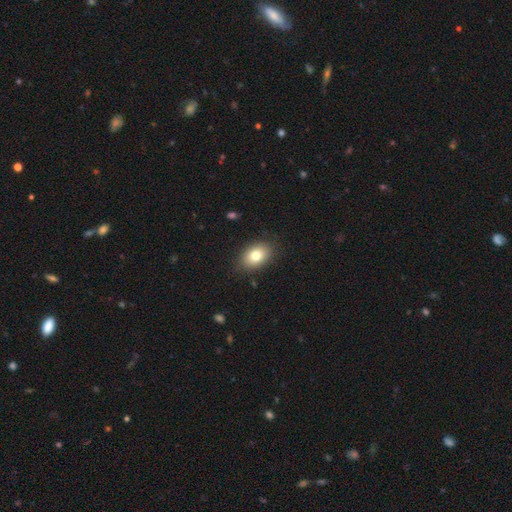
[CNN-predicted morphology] Smooth or featured: smooth — 80% (featured or disk — 12%)
How rounded: in between — 85% (round — 14%)
Merging: none — 86% (minor disturbance — 10%)